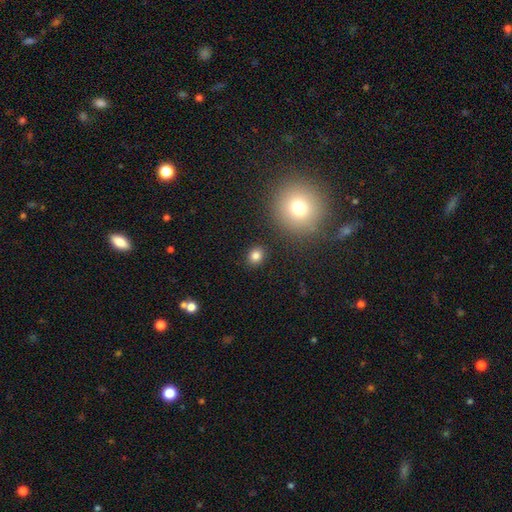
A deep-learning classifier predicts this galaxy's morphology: Q: Smooth or featured?
A: smooth (82%); runner-up: star or artifact (12%)
Q: How rounded?
A: round (63%); runner-up: in between (36%)
Q: Merging?
A: none (88%); runner-up: minor disturbance (7%)